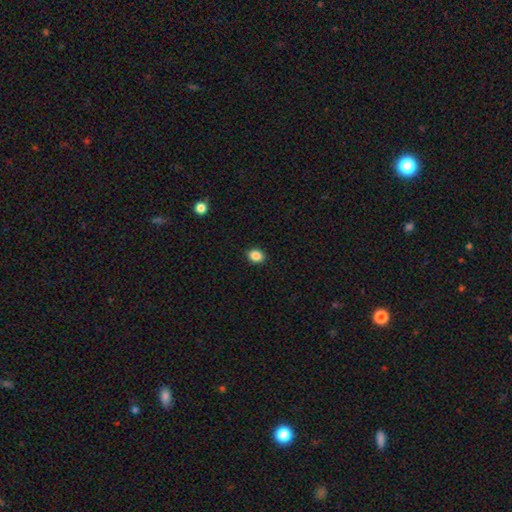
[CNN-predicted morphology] A smooth galaxy with no disk features (87%) that is in between round and cigar-shaped (56%). Merging: none (90%).